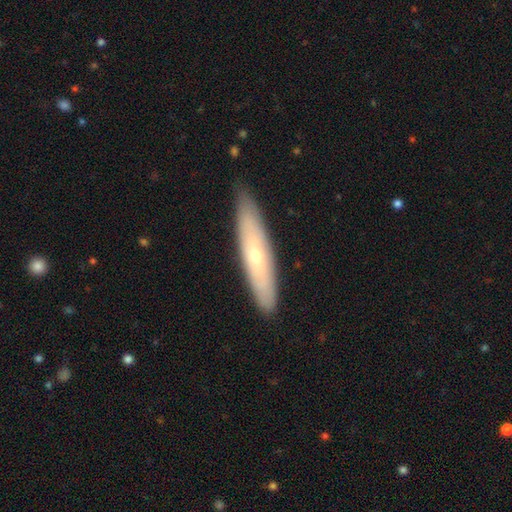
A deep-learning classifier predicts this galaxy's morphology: smooth 49%, featured or disk 45%, star or artifact 6%. Down the decision tree: merging — none (85%).